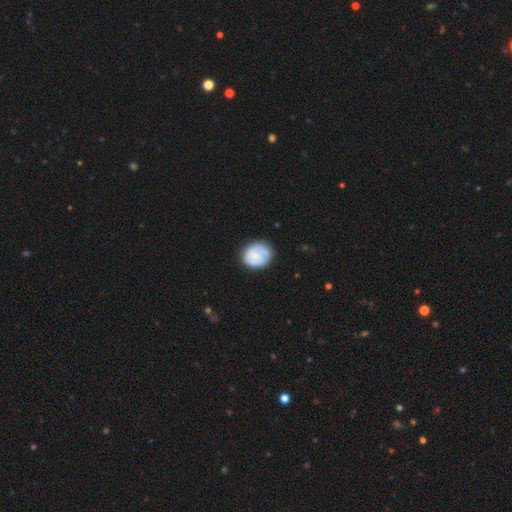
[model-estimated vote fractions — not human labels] smooth_or_featured: smooth (p=0.57) [alt: featured or disk p=0.36]
how_rounded: round (p=0.73) [alt: in between p=0.26]
merging: none (p=0.77) [alt: minor disturbance p=0.17]